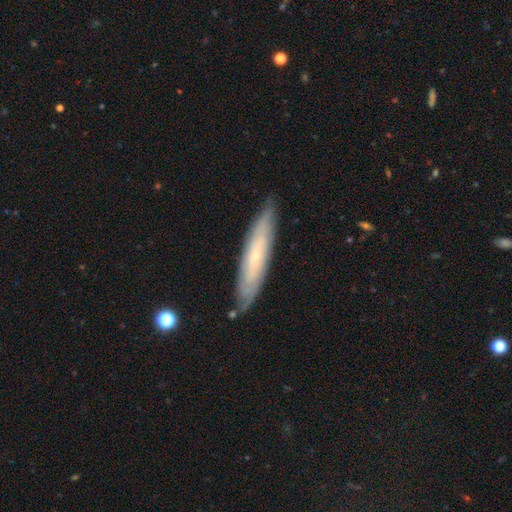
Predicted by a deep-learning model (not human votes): This is likely a featured or disk galaxy (60%). It is possibly viewed edge-on (55%). Merging: clearly none (81%).